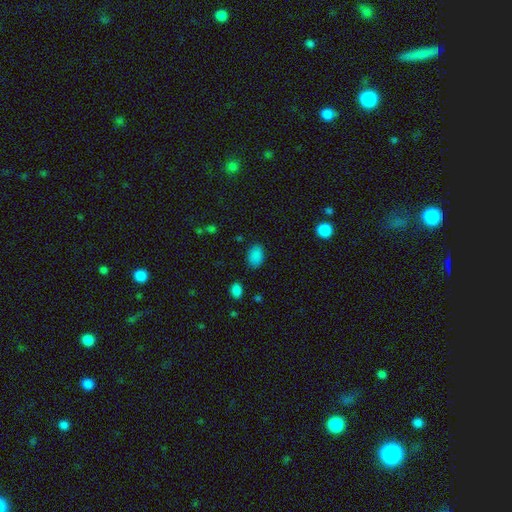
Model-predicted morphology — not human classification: Smooth or featured?
  - smooth: 86% *
  - star or artifact: 11%
  - featured or disk: 4%
How rounded?
  - in between: 85% *
  - round: 14%
  - cigar-shaped: 1%
Merging?
  - none: 83% *
  - minor disturbance: 12%
  - major disturbance: 3%
  - merger: 2%